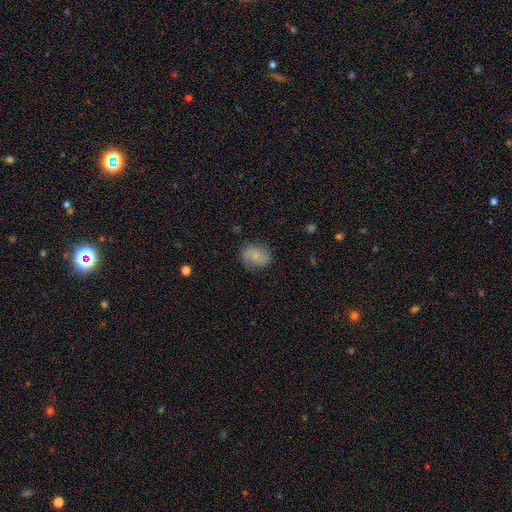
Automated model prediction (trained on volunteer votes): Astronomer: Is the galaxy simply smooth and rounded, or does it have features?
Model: smooth — 62%.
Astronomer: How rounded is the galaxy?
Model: in between — 51% (runner-up: round, 48%).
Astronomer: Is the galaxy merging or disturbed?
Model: none — 71%.